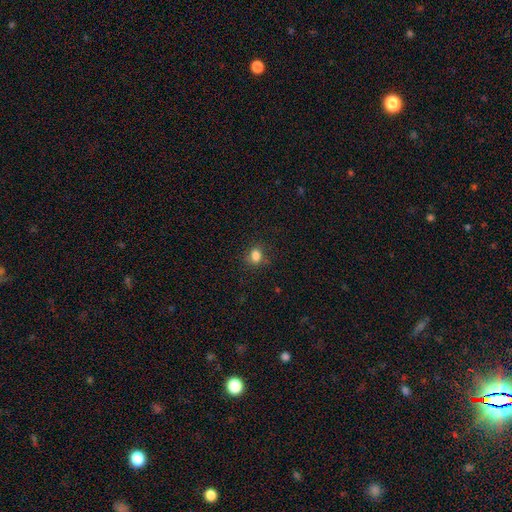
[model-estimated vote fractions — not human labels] Smooth or featured? smooth (82%)
How rounded? round (53%)
Merging? none (81%)